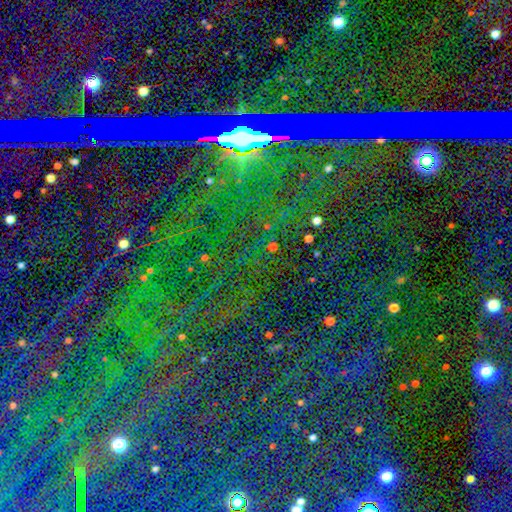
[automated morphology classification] Smooth or featured? Predicted: star or artifact (p=0.86).